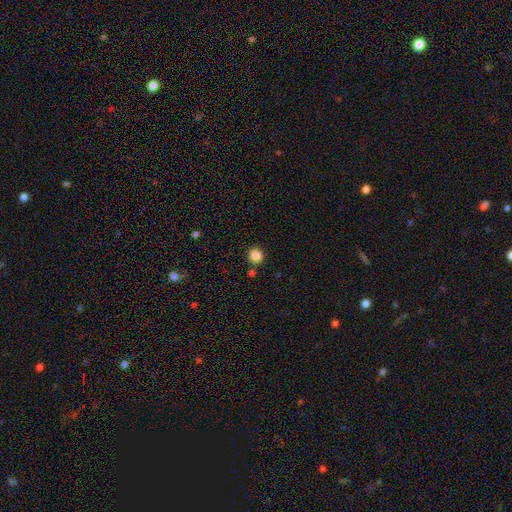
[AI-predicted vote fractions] This is clearly a smooth galaxy (86%). How rounded: clearly round (92%). Merging: clearly none (85%).